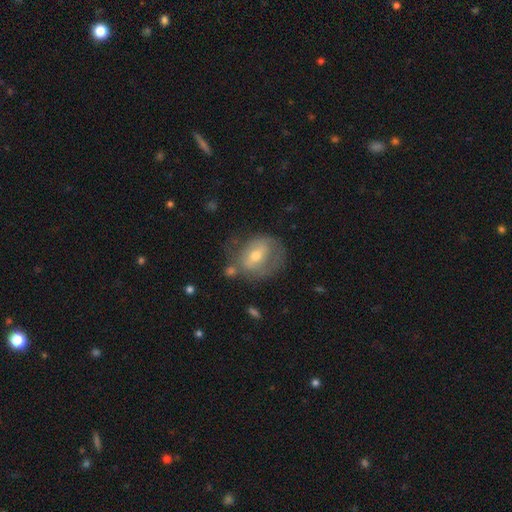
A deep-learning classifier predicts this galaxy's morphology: Q: Smooth or featured?
A: featured or disk (57%); runner-up: smooth (36%)
Q: Edge-on disk?
A: no (93%); runner-up: yes (7%)
Q: Bar?
A: weak (41%); runner-up: no (30%)
Q: Spiral arms?
A: no (56%); runner-up: yes (44%)
Q: Bulge size?
A: moderate (58%); runner-up: small (36%)
Q: Merging?
A: none (52%); runner-up: minor disturbance (25%)